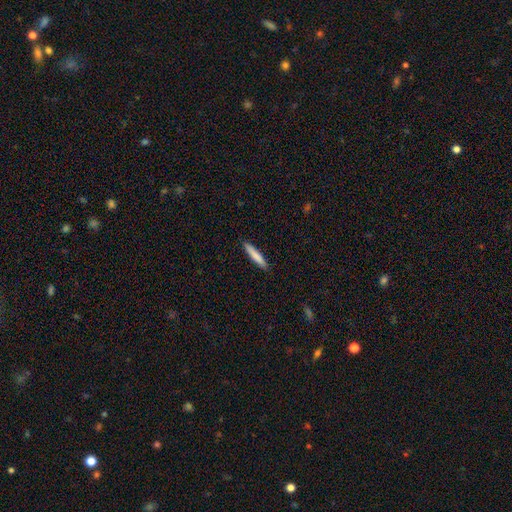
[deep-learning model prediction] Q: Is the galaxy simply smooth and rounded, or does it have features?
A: smooth — 81%.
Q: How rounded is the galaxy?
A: cigar-shaped — 92%.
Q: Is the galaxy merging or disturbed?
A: none — 91%.